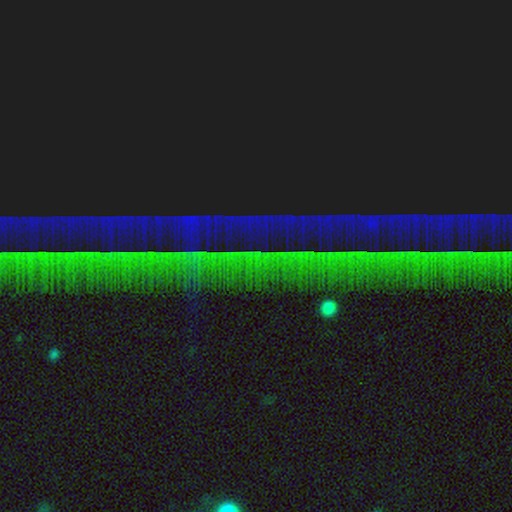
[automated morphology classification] Smooth or featured? star or artifact (88%)